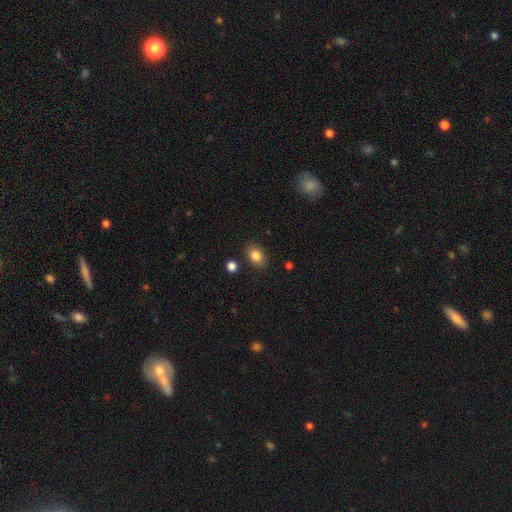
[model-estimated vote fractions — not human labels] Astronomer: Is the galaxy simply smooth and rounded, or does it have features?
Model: smooth — 85%.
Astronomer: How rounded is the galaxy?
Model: in between — 69%.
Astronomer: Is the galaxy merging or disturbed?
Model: none — 84%.